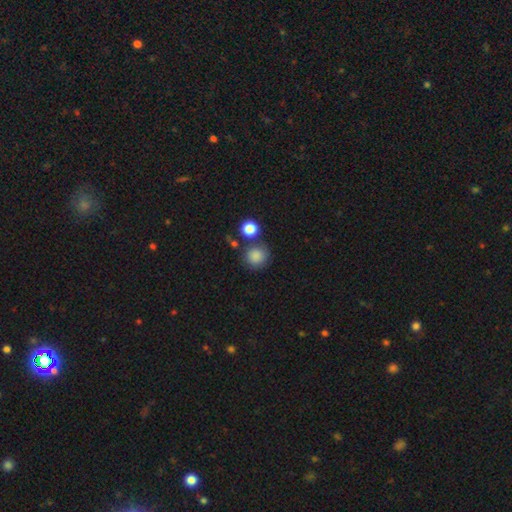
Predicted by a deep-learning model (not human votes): A smooth galaxy with no disk features (86%) that is round (91%).

Vote fractions:
- Smooth or featured? smooth: 86% / star or artifact: 10% / featured or disk: 5%
- How rounded? round: 91% / in between: 8% / cigar-shaped: 1%
- Merging? none: 72% / merger: 12% / minor disturbance: 12% / major disturbance: 4%